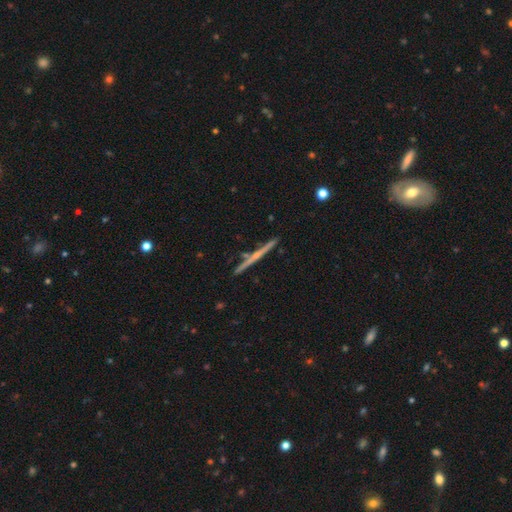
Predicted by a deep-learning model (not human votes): Q: Smooth or featured?
A: featured or disk (73%); runner-up: smooth (21%)
Q: Edge-on disk?
A: yes (98%); runner-up: no (2%)
Q: Edge-on bulge?
A: rounded (53%); runner-up: none (41%)
Q: Merging?
A: none (89%); runner-up: minor disturbance (7%)